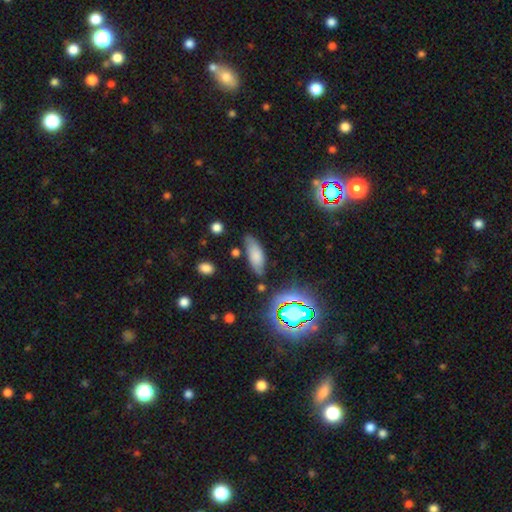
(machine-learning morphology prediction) Smooth or featured: smooth — 73% (featured or disk — 17%)
How rounded: in between — 76% (cigar-shaped — 22%)
Merging: none — 70% (minor disturbance — 20%)